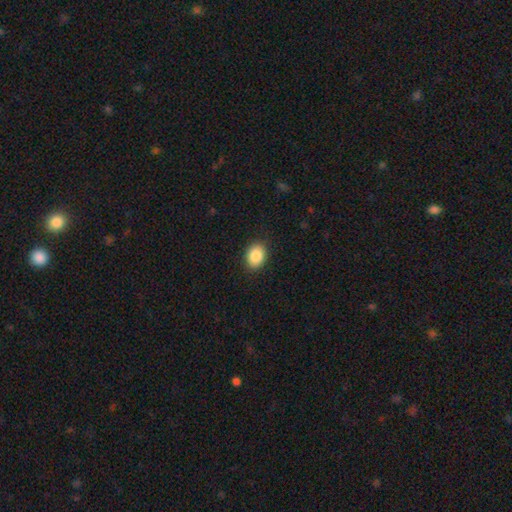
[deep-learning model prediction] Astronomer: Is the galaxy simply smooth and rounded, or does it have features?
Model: smooth — 87%.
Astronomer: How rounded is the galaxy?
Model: in between — 68%.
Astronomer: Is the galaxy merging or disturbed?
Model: none — 89%.